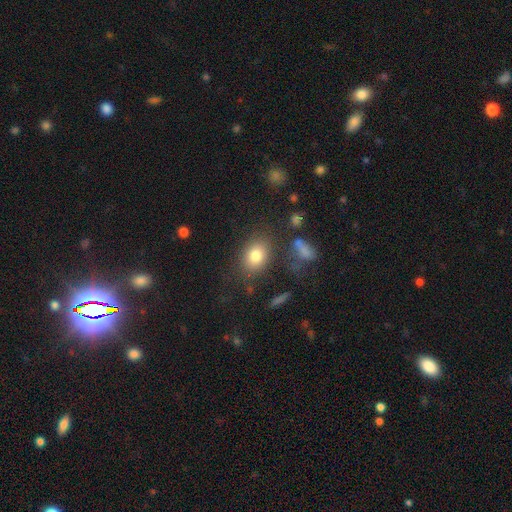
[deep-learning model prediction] smooth_or_featured: smooth (p=0.80) [alt: star or artifact p=0.10]
how_rounded: in between (p=0.66) [alt: round p=0.33]
merging: none (p=0.77) [alt: minor disturbance p=0.12]